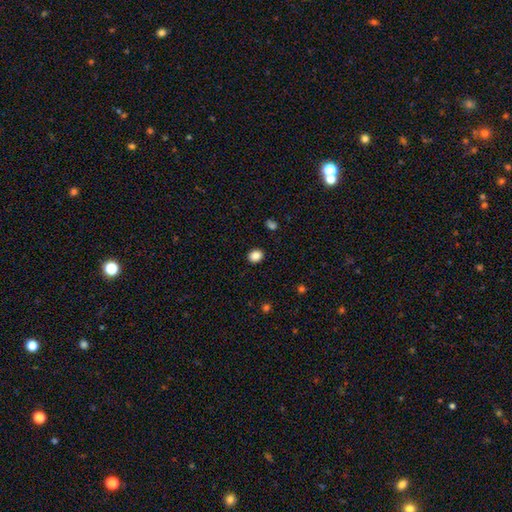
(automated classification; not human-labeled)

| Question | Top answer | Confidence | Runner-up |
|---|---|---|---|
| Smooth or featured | smooth | 86% | star or artifact (10%) |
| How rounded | round | 60% | in between (39%) |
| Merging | none | 90% | minor disturbance (6%) |